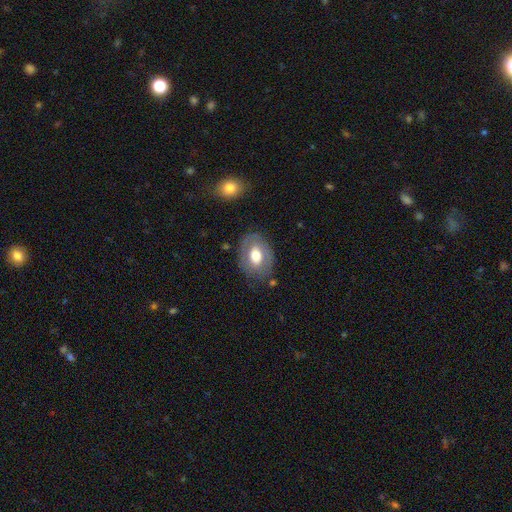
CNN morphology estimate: A smooth galaxy with no disk features (55%) that is in between round and cigar-shaped (76%). Merging: none (74%).